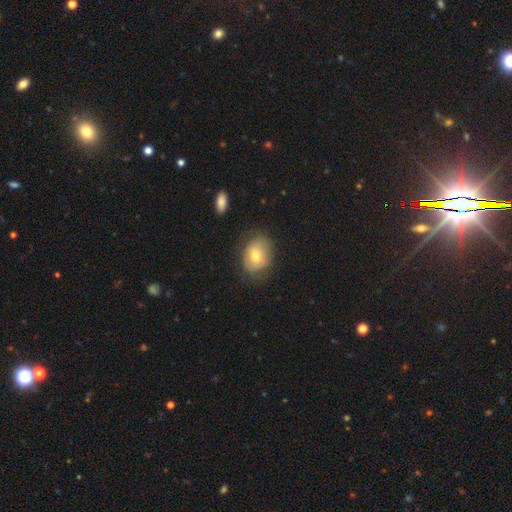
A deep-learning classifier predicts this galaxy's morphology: Smooth or featured? Predicted: smooth (p=0.64). How rounded? Predicted: in between (p=0.57). Merging? Predicted: none (p=0.69).